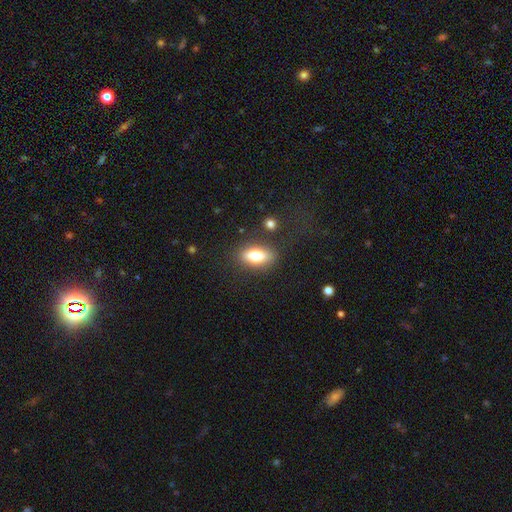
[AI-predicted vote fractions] The model was most divided on "smooth or featured": smooth: 75%, featured or disk: 17%, star or artifact: 8%. More confident: how rounded — in between (84%); merging — none (82%).